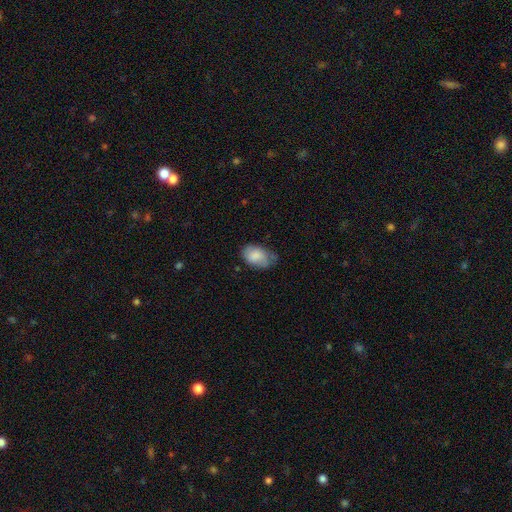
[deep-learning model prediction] Smooth or featured? Predicted: smooth (p=0.82). How rounded? Predicted: in between (p=0.88). Merging? Predicted: none (p=0.53).